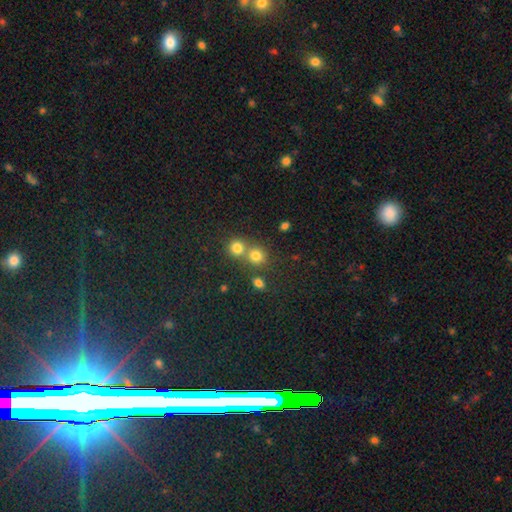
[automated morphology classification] This is likely a smooth galaxy (76%). How rounded: clearly round (86%). Merging: possibly none (52%).